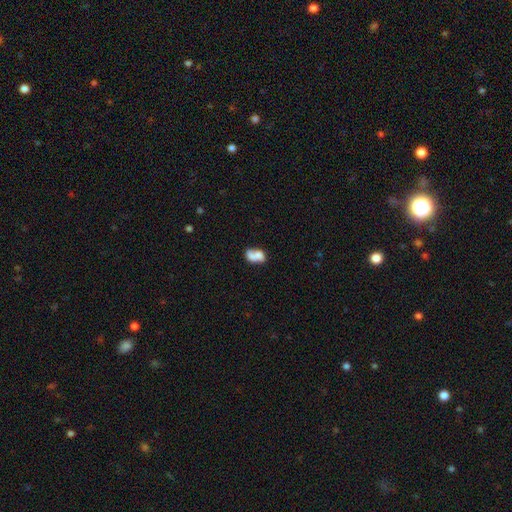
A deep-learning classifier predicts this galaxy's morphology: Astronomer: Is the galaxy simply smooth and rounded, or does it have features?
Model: smooth — 63%.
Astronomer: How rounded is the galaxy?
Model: in between — 82%.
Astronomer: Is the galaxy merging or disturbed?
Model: merger — 43% (runner-up: none, 26%).